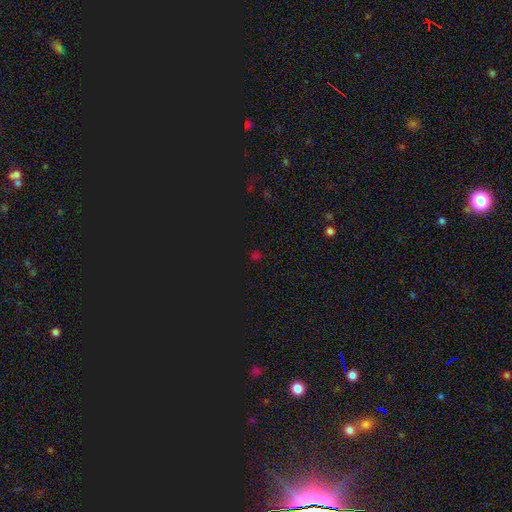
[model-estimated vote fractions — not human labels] Smooth or featured: star or artifact — 62% (smooth — 32%)